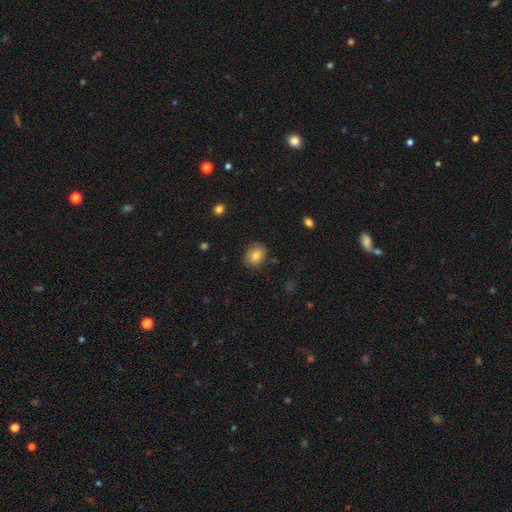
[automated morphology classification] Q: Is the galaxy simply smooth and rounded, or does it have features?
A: smooth — 79%.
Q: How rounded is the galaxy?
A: in between — 53%.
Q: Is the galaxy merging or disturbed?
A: none — 82%.